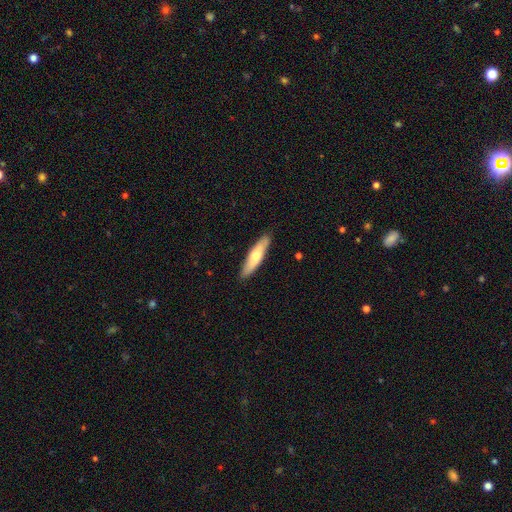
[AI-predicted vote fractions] A smooth galaxy with no disk features (61%) that is cigar-shaped (74%).

Vote fractions:
- Smooth or featured? smooth: 61% / featured or disk: 34% / star or artifact: 5%
- How rounded? cigar-shaped: 74% / in between: 24% / round: 2%
- Merging? none: 89% / minor disturbance: 8% / major disturbance: 2% / merger: 1%